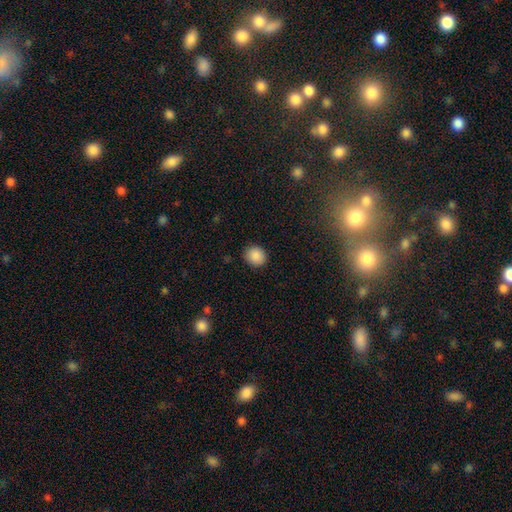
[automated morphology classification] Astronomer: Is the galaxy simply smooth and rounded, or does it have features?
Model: smooth — 89%.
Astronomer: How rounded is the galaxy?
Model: round — 84%.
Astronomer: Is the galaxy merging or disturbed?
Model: none — 89%.